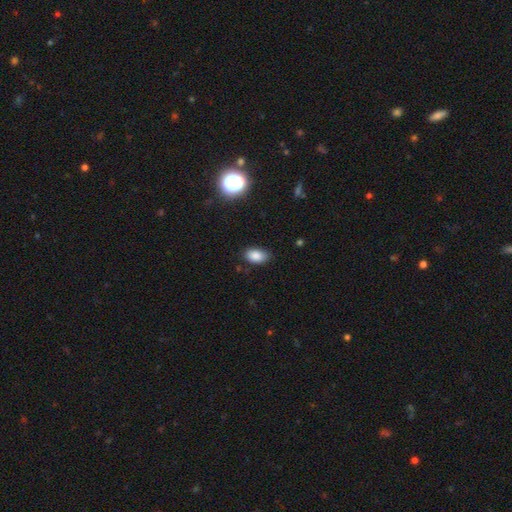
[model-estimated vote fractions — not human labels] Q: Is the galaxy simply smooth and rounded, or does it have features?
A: smooth — 84%.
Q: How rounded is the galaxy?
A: in between — 90%.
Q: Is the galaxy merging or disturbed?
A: none — 80%.